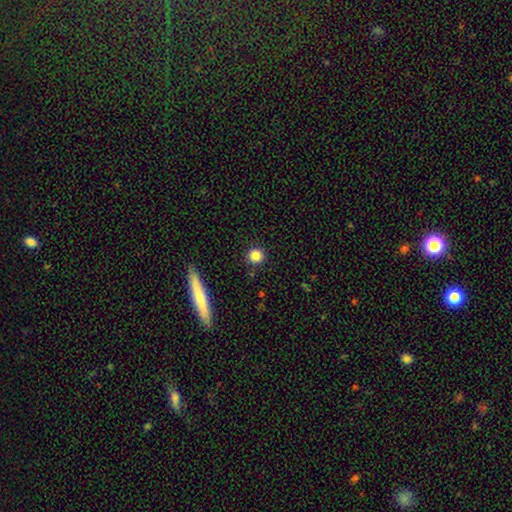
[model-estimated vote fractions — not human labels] Smooth or featured: smooth — 84% (star or artifact — 10%)
How rounded: round — 92% (in between — 7%)
Merging: none — 90% (minor disturbance — 6%)